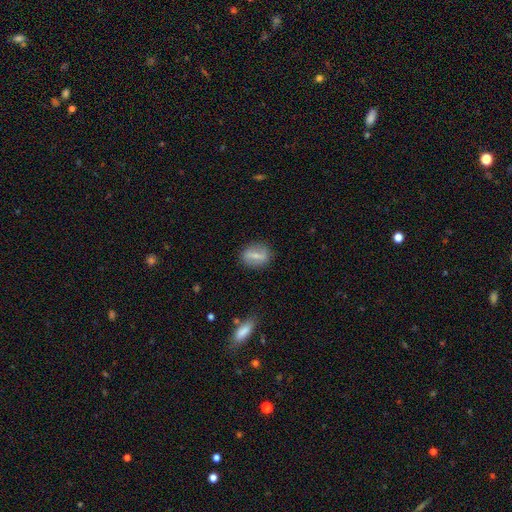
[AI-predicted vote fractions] smooth 50%, featured or disk 42%, star or artifact 8%. Down the decision tree: how rounded — in between (57%); merging — none (83%).